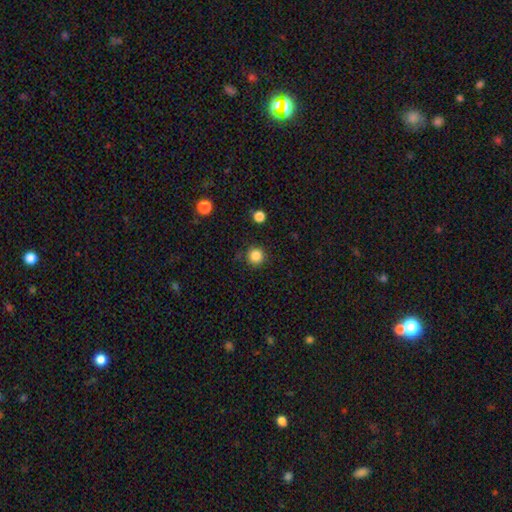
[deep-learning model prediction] A smooth galaxy with no disk features (85%) that is round (96%).

Vote fractions:
- Smooth or featured? smooth: 85% / star or artifact: 11% / featured or disk: 4%
- How rounded? round: 96% / in between: 3% / cigar-shaped: 1%
- Merging? none: 89% / minor disturbance: 7% / major disturbance: 2% / merger: 2%